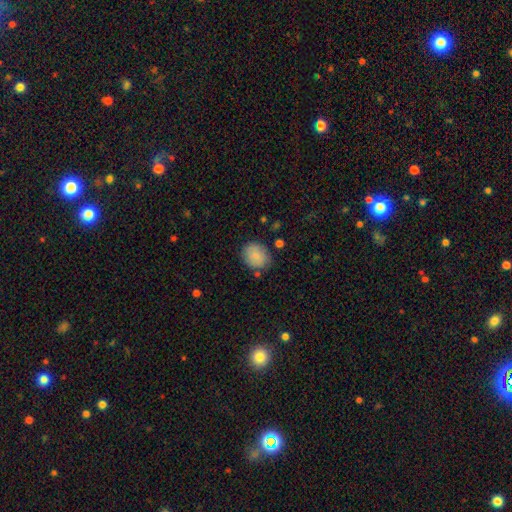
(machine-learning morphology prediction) type=smooth (85%); roundness=round (61%); merging=none (77%).